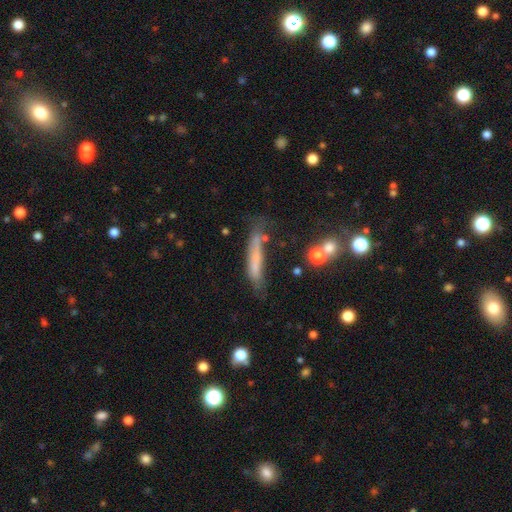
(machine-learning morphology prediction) Smooth or featured: smooth — 61% (featured or disk — 29%)
How rounded: cigar-shaped — 90% (in between — 8%)
Merging: none — 53% (minor disturbance — 28%)